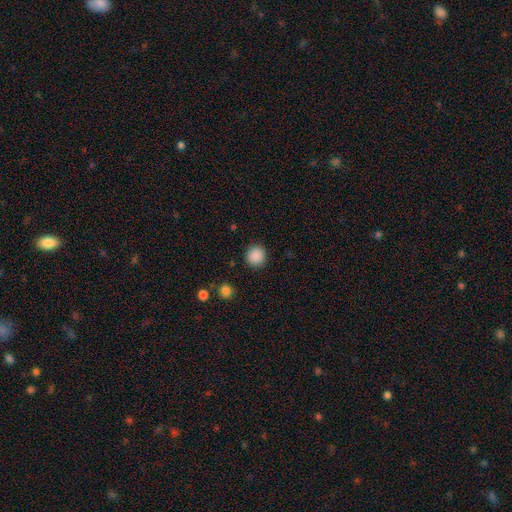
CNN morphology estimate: Overall: smooth (89%). How rounded: round (91%). Merging: none (91%).